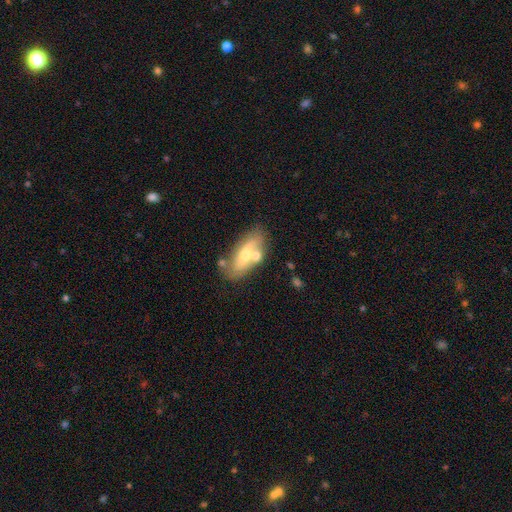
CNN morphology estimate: Smooth or featured? smooth (49%)
Merging? none (58%)